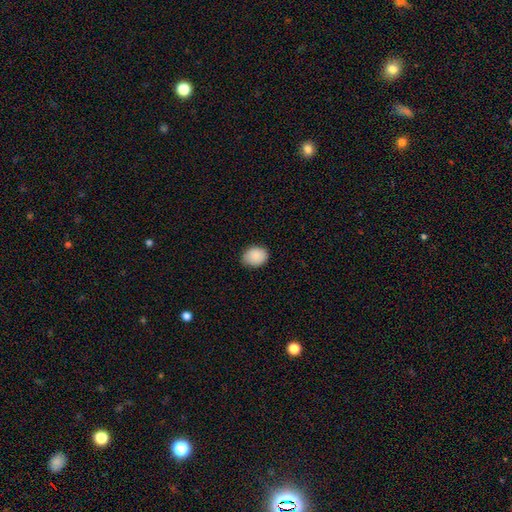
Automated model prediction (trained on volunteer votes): smooth-or-featured: smooth: 89% | star or artifact: 7% | featured or disk: 4%
  how-rounded: in between: 54% | round: 45% | cigar-shaped: 1%
  merging: none: 79% | minor disturbance: 18% | major disturbance: 3% | merger: 1%